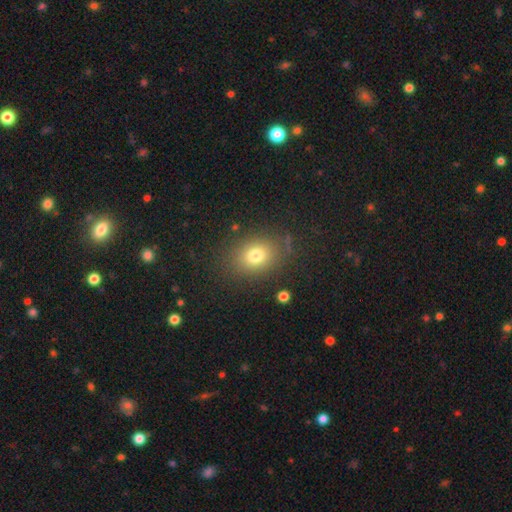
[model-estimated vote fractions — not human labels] This appears to be a smooth galaxy with no disk features (76%) that is in between round and cigar-shaped (53%). Merging: none (83%).